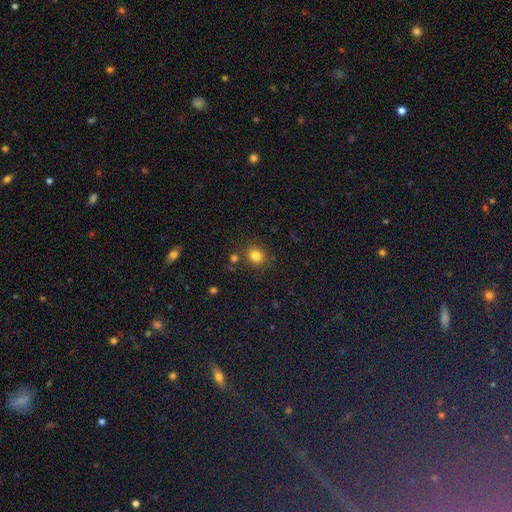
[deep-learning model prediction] Morphology: type=smooth (81%); roundness=round (76%); merging=none (81%).